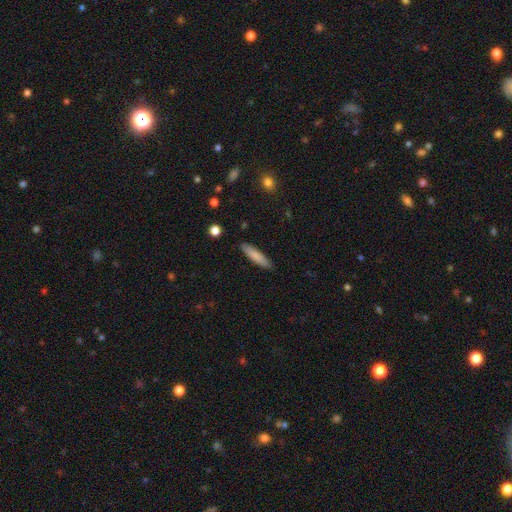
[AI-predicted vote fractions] The model was most divided on "how rounded": cigar-shaped: 80%, in between: 18%, round: 1%. More confident: merging — none (89%); smooth or featured — smooth (80%).